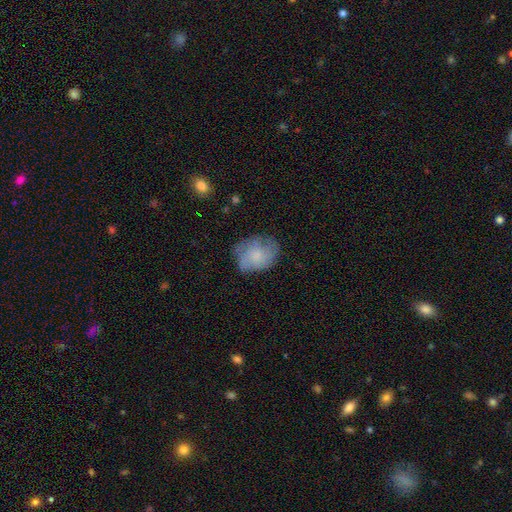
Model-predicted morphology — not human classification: The model was most divided on "smooth or featured": smooth: 53%, featured or disk: 39%, star or artifact: 8%. More confident: how rounded — in between (63%); merging — none (61%).